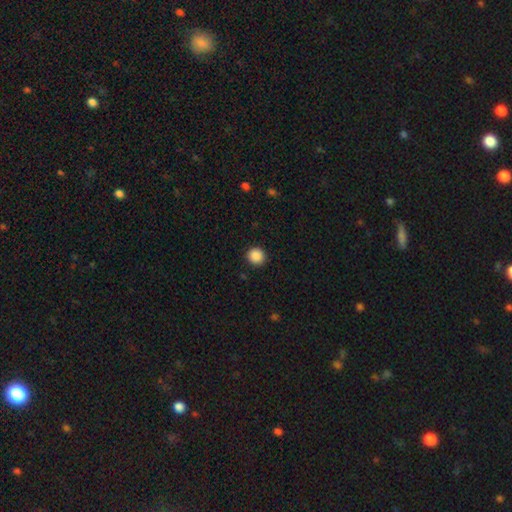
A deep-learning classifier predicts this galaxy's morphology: Smooth or featured: smooth — 88% (star or artifact — 9%)
How rounded: round — 92% (in between — 7%)
Merging: none — 92% (minor disturbance — 5%)